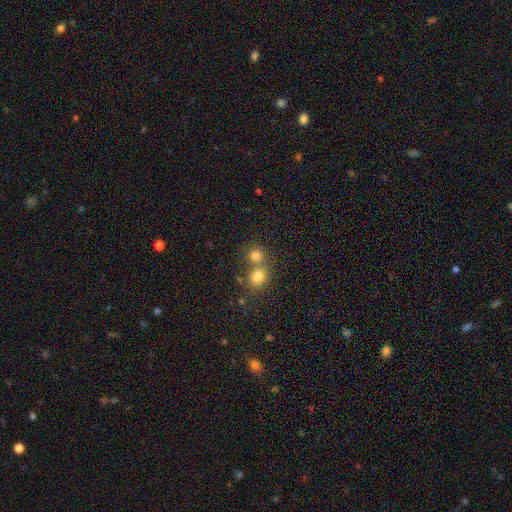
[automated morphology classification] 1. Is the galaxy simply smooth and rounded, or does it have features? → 78% smooth, 14% star or artifact, 8% featured or disk.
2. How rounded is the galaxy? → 84% round, 15% in between, 1% cigar-shaped.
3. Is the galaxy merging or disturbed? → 46% merger, 45% none, 6% minor disturbance, 3% major disturbance.